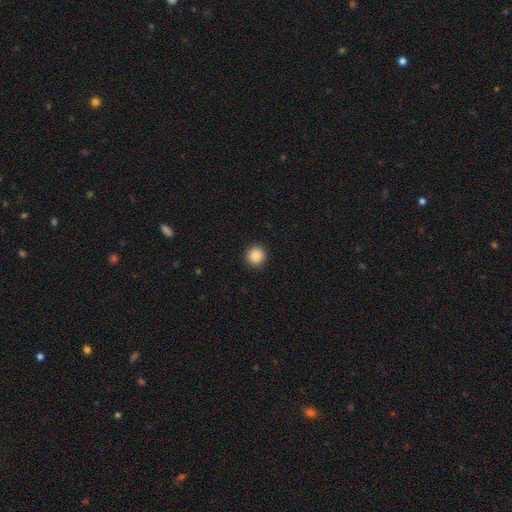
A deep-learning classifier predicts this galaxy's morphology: smooth 86%, star or artifact 10%, featured or disk 5%. Down the decision tree: how rounded — round (94%); merging — none (93%).